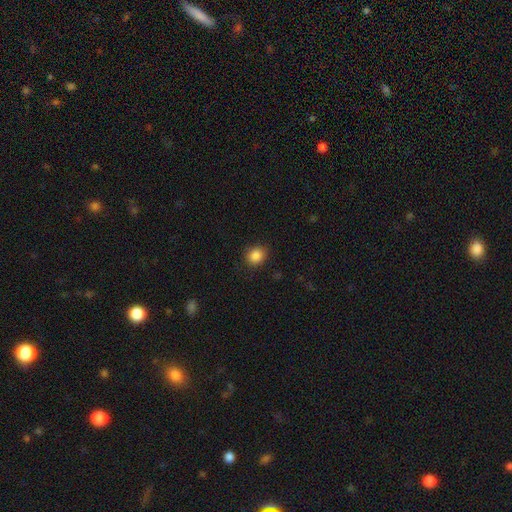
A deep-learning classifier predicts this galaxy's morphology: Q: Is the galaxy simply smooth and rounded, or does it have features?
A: smooth — 86%.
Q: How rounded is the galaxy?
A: round — 75%.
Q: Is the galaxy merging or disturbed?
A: none — 87%.